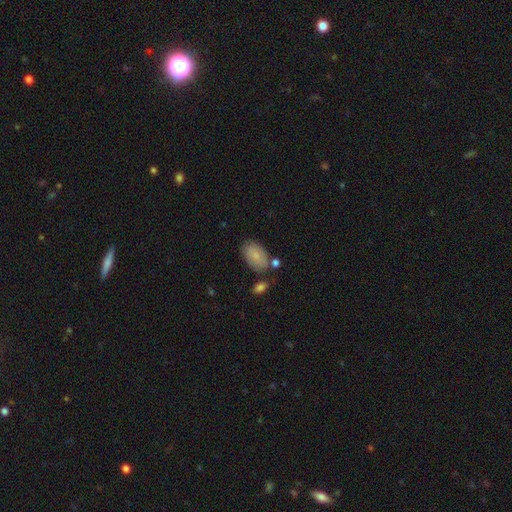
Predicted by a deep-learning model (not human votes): This appears to be a smooth galaxy with no disk features (83%) that is in between round and cigar-shaped (92%). Merging: none (70%).